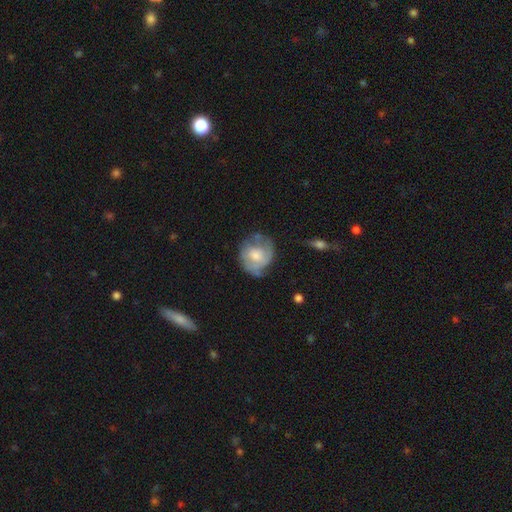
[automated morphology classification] This is possibly a featured or disk galaxy (50%). It is clearly not viewed edge-on (97%). Merging: possibly none (51%).